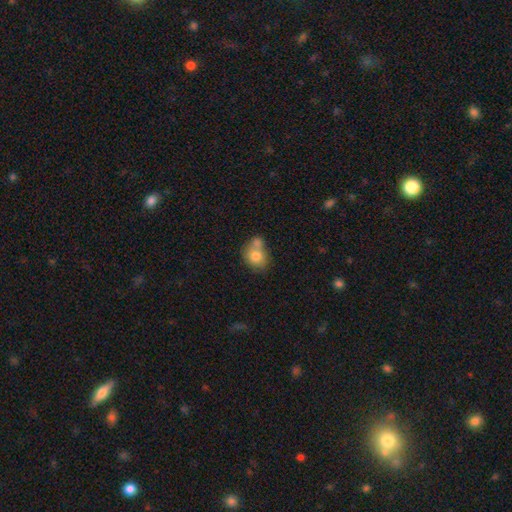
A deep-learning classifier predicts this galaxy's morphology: smooth_or_featured: smooth (p=0.77) [alt: featured or disk p=0.15]
how_rounded: round (p=0.62) [alt: in between p=0.37]
merging: merger (p=0.50) [alt: none p=0.34]